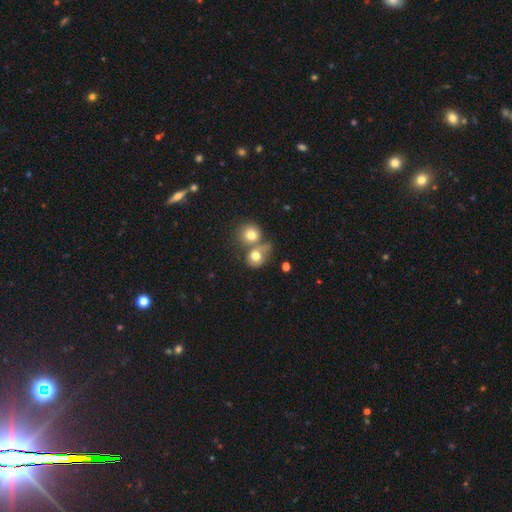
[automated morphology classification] smooth-or-featured: smooth: 74% | featured or disk: 15% | star or artifact: 11%
  how-rounded: round: 70% | in between: 29% | cigar-shaped: 1%
  merging: merger: 51% | none: 33% | minor disturbance: 10% | major disturbance: 6%